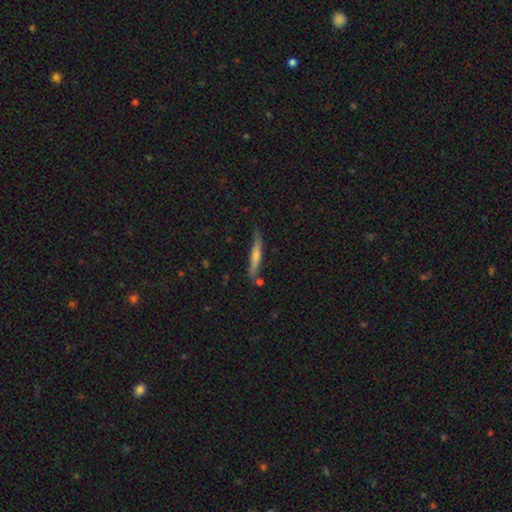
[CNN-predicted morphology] The model was most divided on "smooth or featured": featured or disk: 53%, smooth: 40%, star or artifact: 6%. More confident: edge-on disk — yes (95%); merging — none (80%); edge-on bulge — rounded (65%).